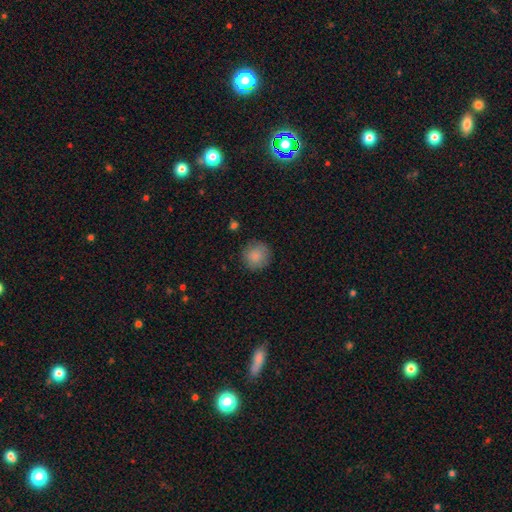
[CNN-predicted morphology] Q: Smooth or featured?
A: smooth (87%); runner-up: star or artifact (8%)
Q: How rounded?
A: round (93%); runner-up: in between (6%)
Q: Merging?
A: none (88%); runner-up: minor disturbance (9%)